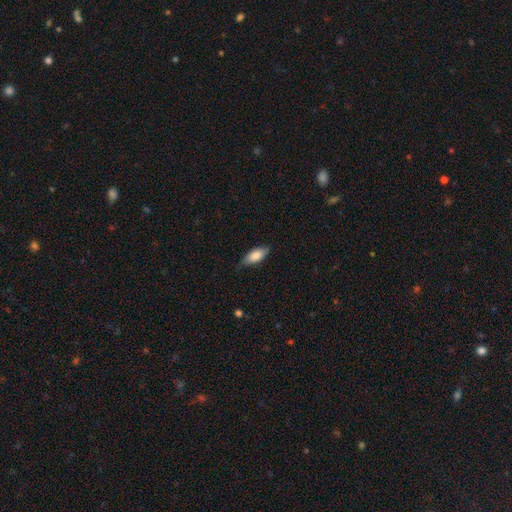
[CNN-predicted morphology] smooth-or-featured: smooth: 80% | featured or disk: 14% | star or artifact: 6%
  how-rounded: in between: 85% | cigar-shaped: 13% | round: 2%
  merging: none: 70% | minor disturbance: 25% | major disturbance: 4% | merger: 1%